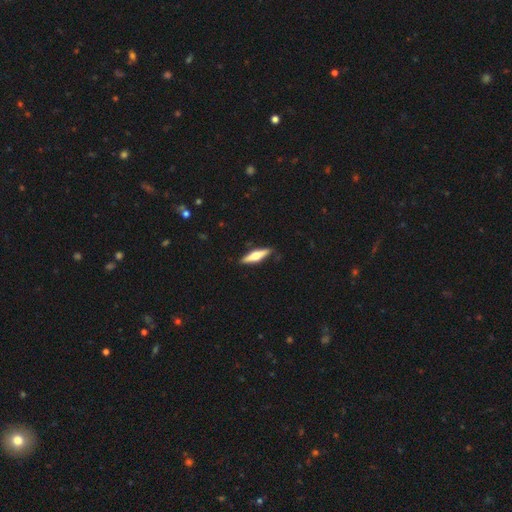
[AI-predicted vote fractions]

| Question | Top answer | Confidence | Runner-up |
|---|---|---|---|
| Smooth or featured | featured or disk | 55% | smooth (40%) |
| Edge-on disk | yes | 95% | no (5%) |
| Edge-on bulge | rounded | 90% | boxy (6%) |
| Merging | none | 86% | minor disturbance (10%) |